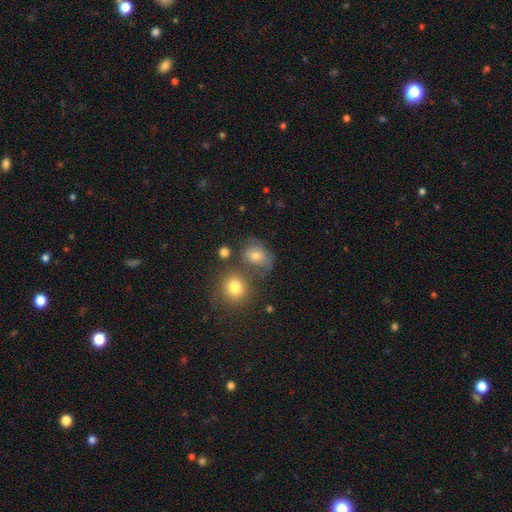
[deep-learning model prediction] A smooth galaxy with no disk features (69%) that is round (50%).

Vote fractions:
- Smooth or featured? smooth: 69% / featured or disk: 18% / star or artifact: 13%
- How rounded? round: 50% / in between: 49% / cigar-shaped: 1%
- Merging? none: 48% / minor disturbance: 21% / merger: 18% / major disturbance: 13%